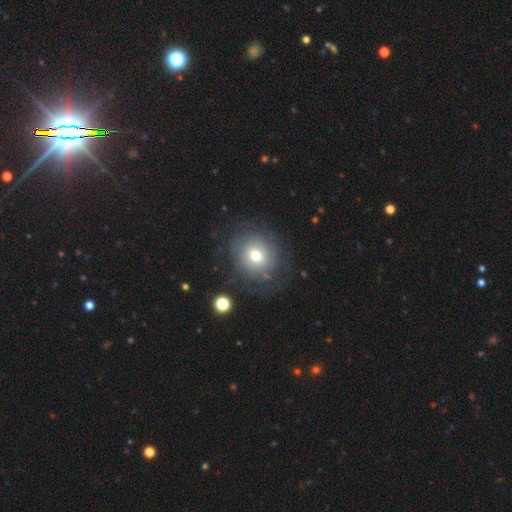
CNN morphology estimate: Smooth or featured? Predicted: featured or disk (p=0.58). Edge-on disk? Predicted: no (p=0.97). Bar? Predicted: no (p=0.76). Spiral arms? Predicted: yes (p=0.80). Bulge size? Predicted: moderate (p=0.66). Merging? Predicted: none (p=0.73).